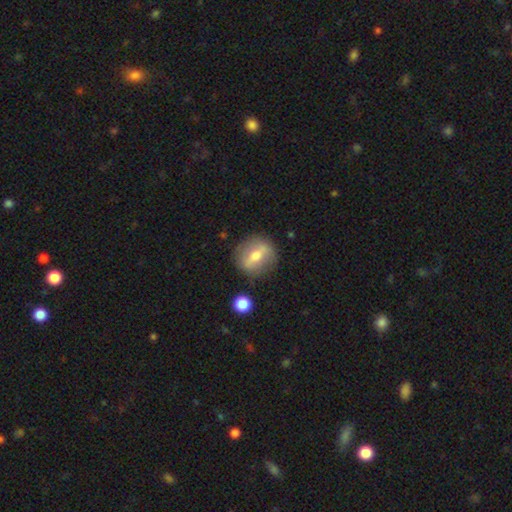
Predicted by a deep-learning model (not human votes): smooth_or_featured: featured or disk (p=0.54) [alt: smooth p=0.38]
disk_edge_on: no (p=0.66) [alt: yes p=0.34]
merging: none (p=0.83) [alt: minor disturbance p=0.11]